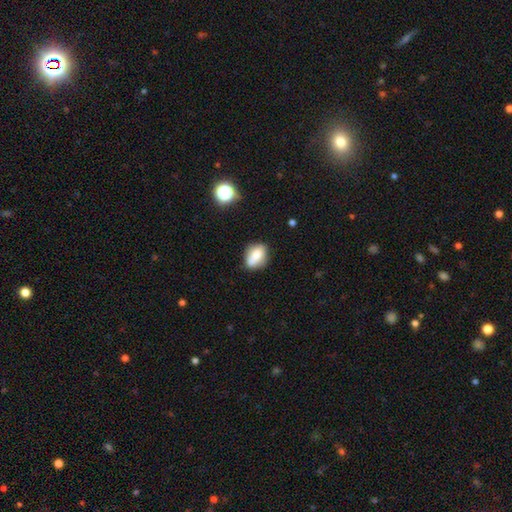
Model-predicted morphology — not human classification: type=smooth (72%); roundness=in between (69%); merging=none (60%).